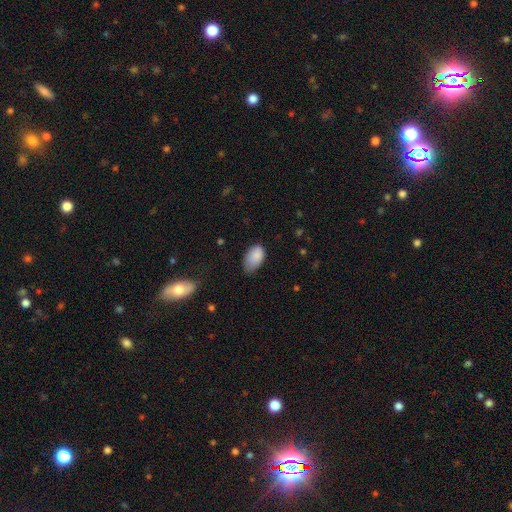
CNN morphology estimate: This is clearly a smooth galaxy (86%). How rounded: clearly in between (92%). Merging: marginally minor disturbance (44%).